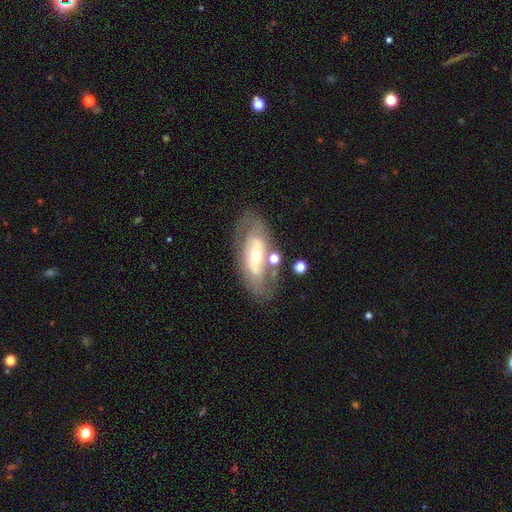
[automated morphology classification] smooth-or-featured: featured or disk: 67% | smooth: 26% | star or artifact: 7%
  disk-edge-on: no: 88% | yes: 12%
    bar: no: 59% | weak: 23% | strong: 18%
    has-spiral-arms: no: 58% | yes: 42%
    bulge-size: moderate: 54% | small: 40% | large: 4% | dominant: 1% | none: 1%
  merging: none: 70% | minor disturbance: 16% | major disturbance: 8% | merger: 7%